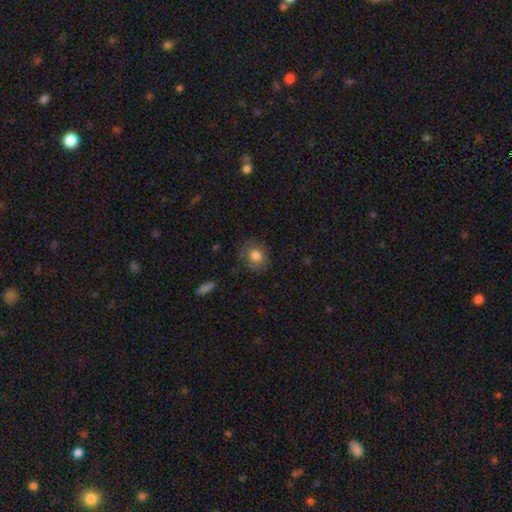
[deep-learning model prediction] Q: Smooth or featured?
A: smooth (77%); runner-up: featured or disk (14%)
Q: How rounded?
A: round (67%); runner-up: in between (32%)
Q: Merging?
A: none (75%); runner-up: minor disturbance (17%)